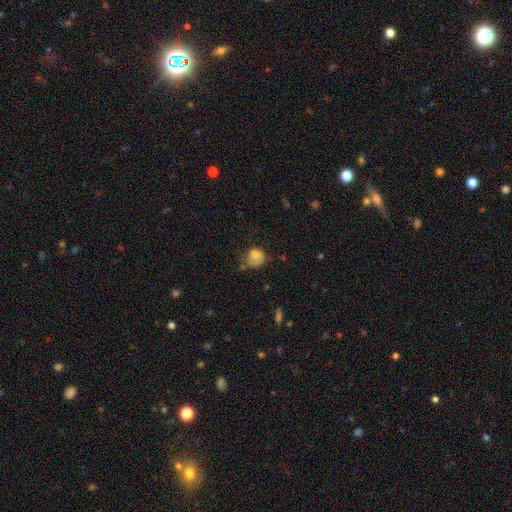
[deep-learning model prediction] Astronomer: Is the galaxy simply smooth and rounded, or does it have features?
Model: smooth — 70%.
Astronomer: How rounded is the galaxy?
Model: round — 60% (runner-up: in between, 39%).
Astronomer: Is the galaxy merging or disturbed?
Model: none — 37% (runner-up: minor disturbance, 31%).